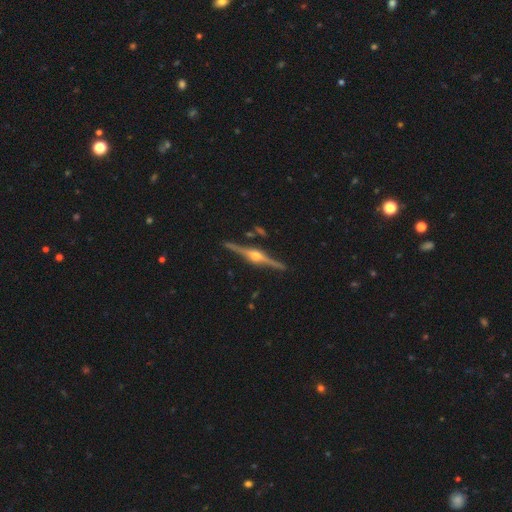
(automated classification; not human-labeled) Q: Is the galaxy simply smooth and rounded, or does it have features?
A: featured or disk — 89%.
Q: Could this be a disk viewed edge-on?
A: yes — 98%.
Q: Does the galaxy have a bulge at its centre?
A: rounded — 95%.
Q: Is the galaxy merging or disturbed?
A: none — 90%.